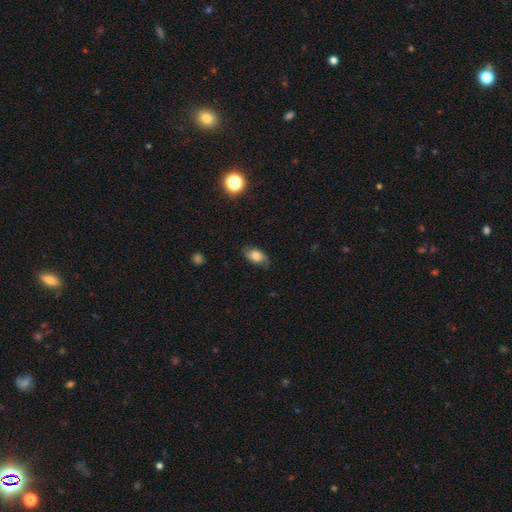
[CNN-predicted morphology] Smooth or featured? Predicted: smooth (p=0.69). How rounded? Predicted: in between (p=0.89). Merging? Predicted: none (p=0.69).